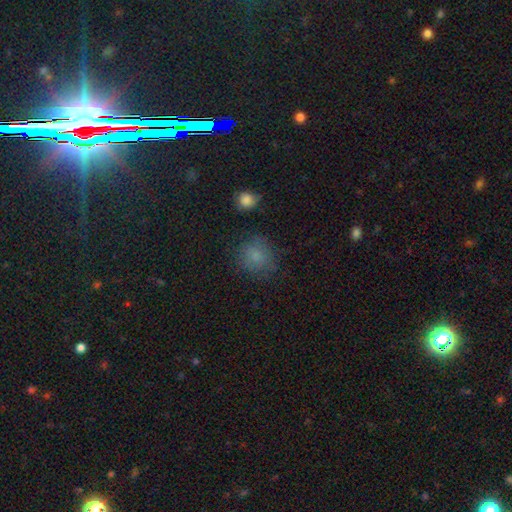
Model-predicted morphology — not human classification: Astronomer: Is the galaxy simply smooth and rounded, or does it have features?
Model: smooth — 80%.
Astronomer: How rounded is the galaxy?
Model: round — 84%.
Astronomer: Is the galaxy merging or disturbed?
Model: none — 76%.